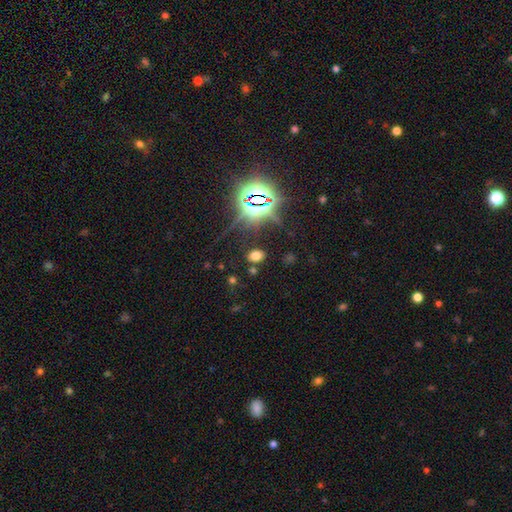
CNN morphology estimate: A smooth galaxy with no disk features (61%) that is in between round and cigar-shaped (78%). Merging: none (83%).